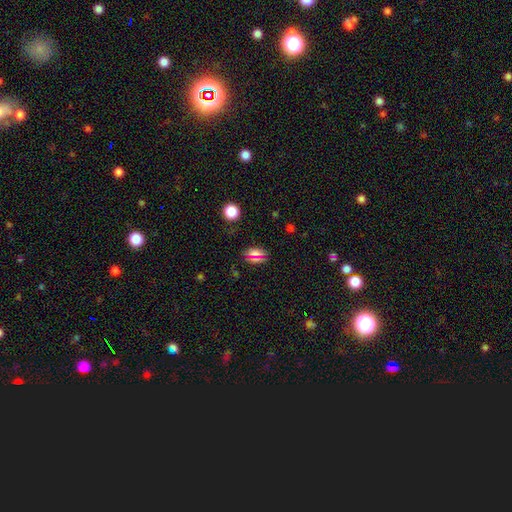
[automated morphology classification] Smooth or featured? smooth (62%)
How rounded? in between (70%)
Merging? none (85%)